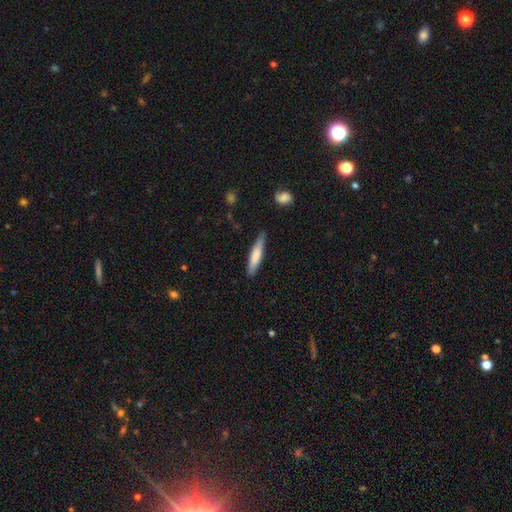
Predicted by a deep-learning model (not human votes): Q: Smooth or featured?
A: smooth (72%); runner-up: featured or disk (23%)
Q: How rounded?
A: cigar-shaped (87%); runner-up: in between (12%)
Q: Merging?
A: none (82%); runner-up: minor disturbance (14%)